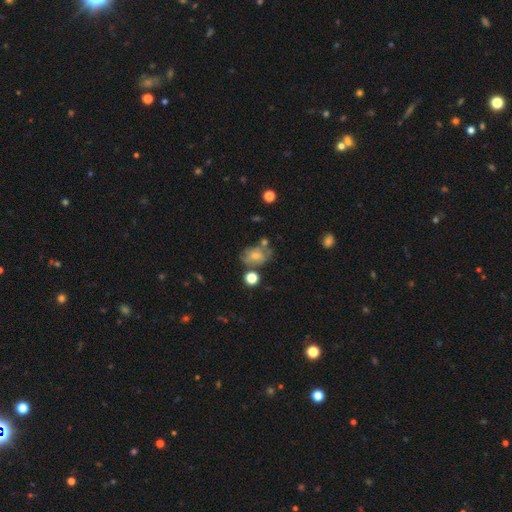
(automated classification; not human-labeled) Smooth or featured?
  - smooth: 54% *
  - featured or disk: 35%
  - star or artifact: 11%
How rounded?
  - in between: 67% *
  - round: 32%
  - cigar-shaped: 1%
Merging?
  - none: 46% *
  - minor disturbance: 24%
  - merger: 17%
  - major disturbance: 13%